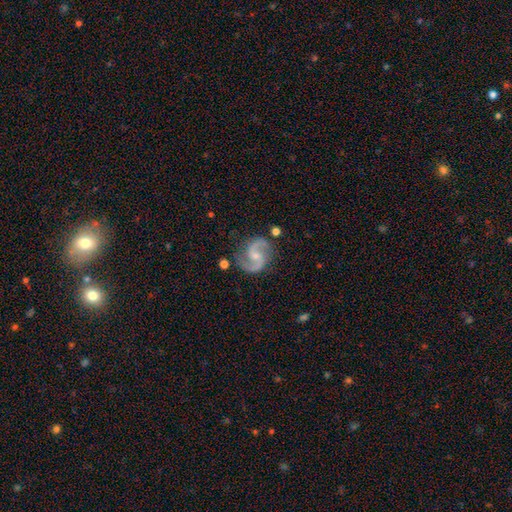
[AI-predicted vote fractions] Smooth or featured? featured or disk (92%)
Edge-on disk? no (98%)
Bar? no (48%)
Spiral arms? yes (98%)
Spiral winding? medium (61%)
Spiral arm count? 2 (94%)
Bulge size? small (59%)
Merging? none (80%)